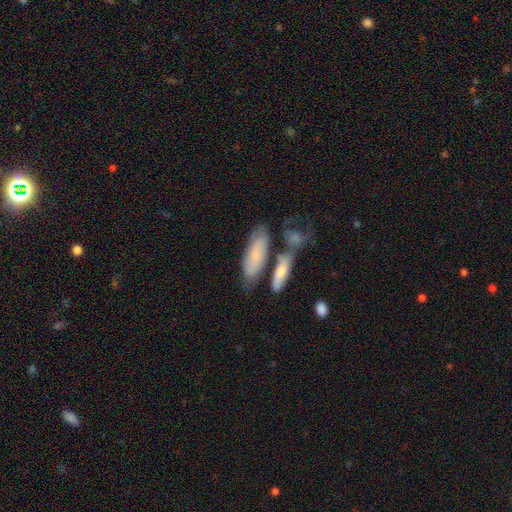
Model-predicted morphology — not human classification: The model was most divided on "how rounded": in between: 62%, cigar-shaped: 36%, round: 3%. More confident: smooth or featured — smooth (60%); merging — none (53%).